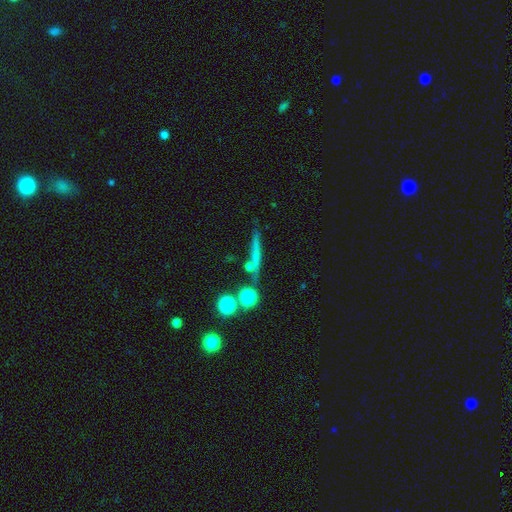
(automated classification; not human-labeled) Smooth or featured? smooth (48%)
Merging? none (71%)